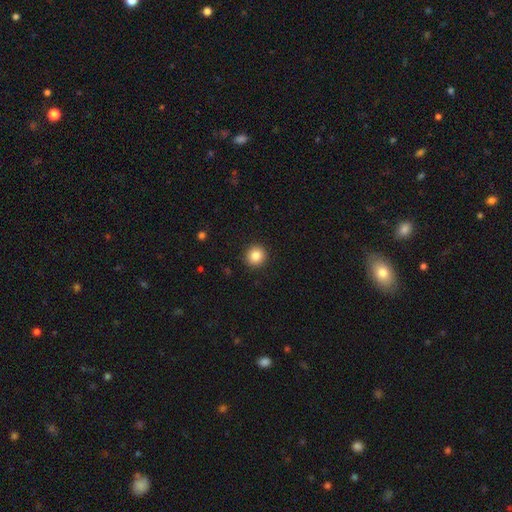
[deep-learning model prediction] smooth_or_featured: smooth (p=0.86) [alt: star or artifact p=0.10]
how_rounded: round (p=0.93) [alt: in between p=0.06]
merging: none (p=0.92) [alt: minor disturbance p=0.05]